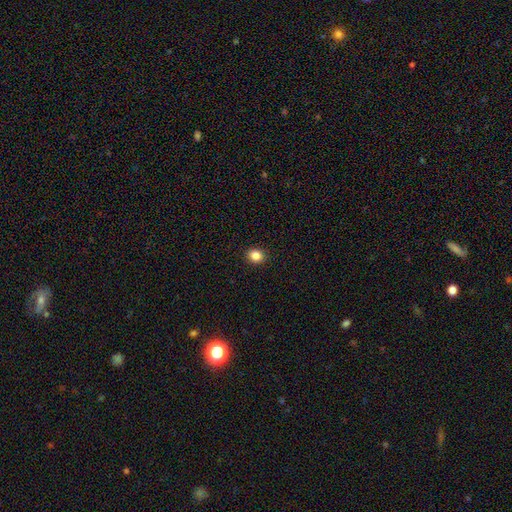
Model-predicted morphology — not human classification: Overall: smooth (85%). How rounded: round (72%). Merging: none (92%).